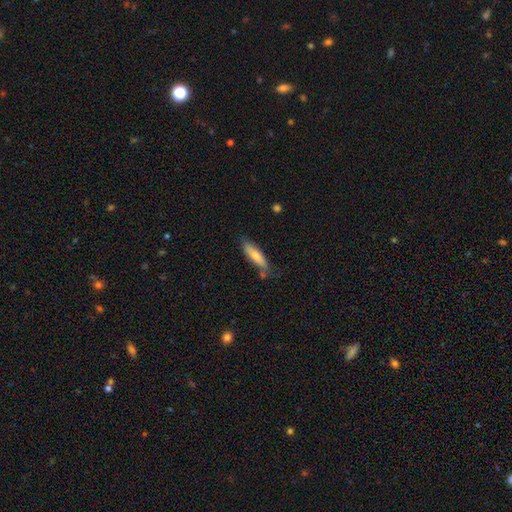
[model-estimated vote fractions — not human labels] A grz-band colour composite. It shows a smooth galaxy with no disk features (73%) that is cigar-shaped (68%). Merging: none (68%).